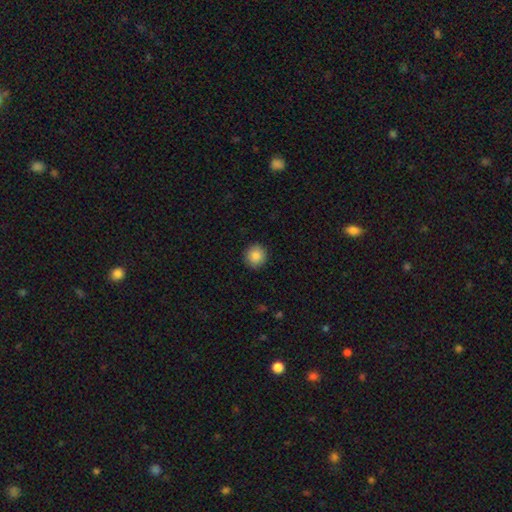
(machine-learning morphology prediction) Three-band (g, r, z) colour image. It shows a smooth galaxy with no disk features (87%) that is round (93%). Merging: none (91%).